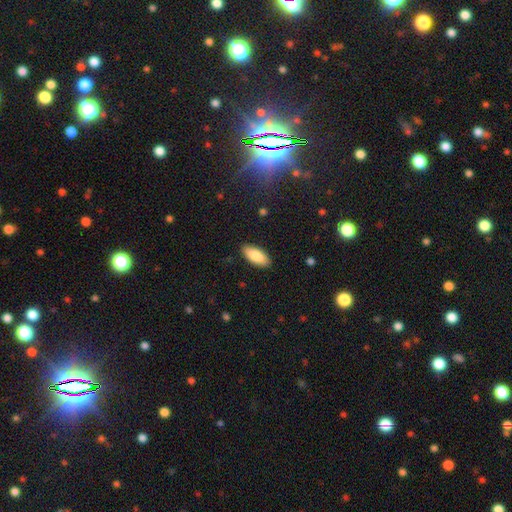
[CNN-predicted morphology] A smooth galaxy with no disk features (87%) that is in between round and cigar-shaped (86%).

Vote fractions:
- Smooth or featured? smooth: 87% / featured or disk: 7% / star or artifact: 6%
- How rounded? in between: 86% / cigar-shaped: 13% / round: 2%
- Merging? none: 89% / minor disturbance: 8% / major disturbance: 2% / merger: 1%